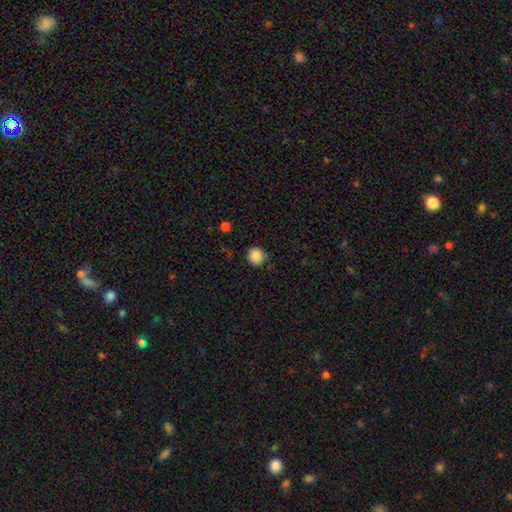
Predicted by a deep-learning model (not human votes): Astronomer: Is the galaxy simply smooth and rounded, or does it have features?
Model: smooth — 86%.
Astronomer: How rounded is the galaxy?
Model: round — 92%.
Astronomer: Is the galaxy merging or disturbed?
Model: none — 78%.